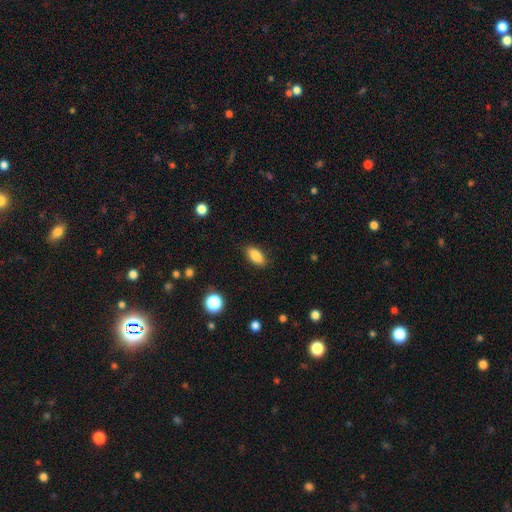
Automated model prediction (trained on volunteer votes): smooth-or-featured: smooth: 86% | star or artifact: 8% | featured or disk: 6%
  how-rounded: in between: 89% | cigar-shaped: 6% | round: 5%
  merging: none: 85% | minor disturbance: 11% | major disturbance: 3% | merger: 1%